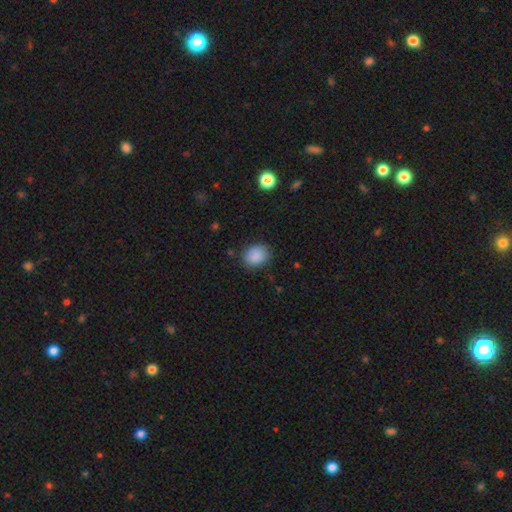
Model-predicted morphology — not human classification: Q: Smooth or featured?
A: smooth (88%); runner-up: star or artifact (8%)
Q: How rounded?
A: round (51%); runner-up: in between (48%)
Q: Merging?
A: none (83%); runner-up: minor disturbance (13%)